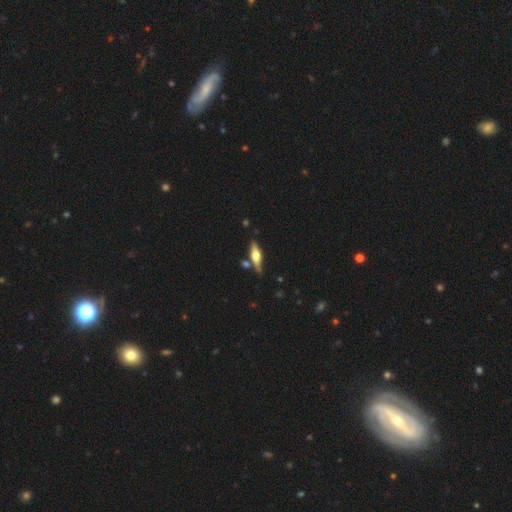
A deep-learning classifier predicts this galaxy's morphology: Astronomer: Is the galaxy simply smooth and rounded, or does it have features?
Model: featured or disk — 59% (runner-up: smooth, 35%).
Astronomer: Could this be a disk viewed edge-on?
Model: yes — 94%.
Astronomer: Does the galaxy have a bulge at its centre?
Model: rounded — 89%.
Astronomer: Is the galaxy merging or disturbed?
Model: none — 76%.